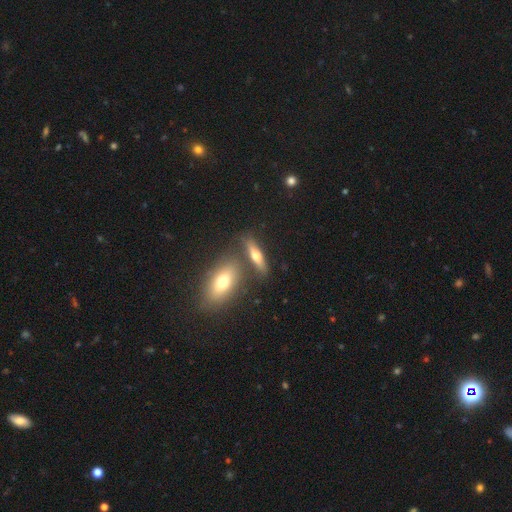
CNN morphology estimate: Smooth or featured: smooth — 50% (featured or disk — 41%)
How rounded: cigar-shaped — 52% (in between — 42%)
Merging: none — 67% (merger — 17%)